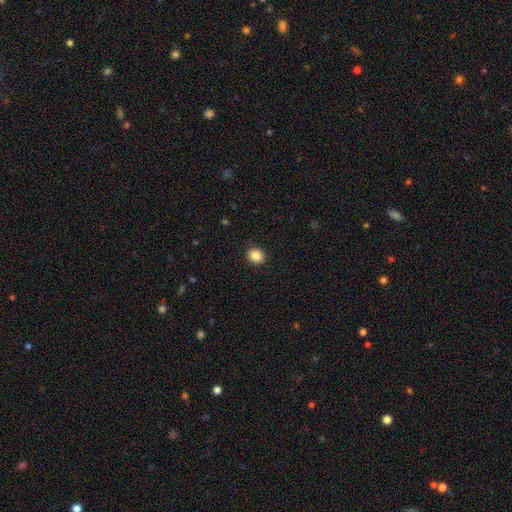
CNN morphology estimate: smooth_or_featured: smooth (p=0.87) [alt: star or artifact p=0.09]
how_rounded: round (p=0.70) [alt: in between p=0.29]
merging: none (p=0.90) [alt: minor disturbance p=0.07]